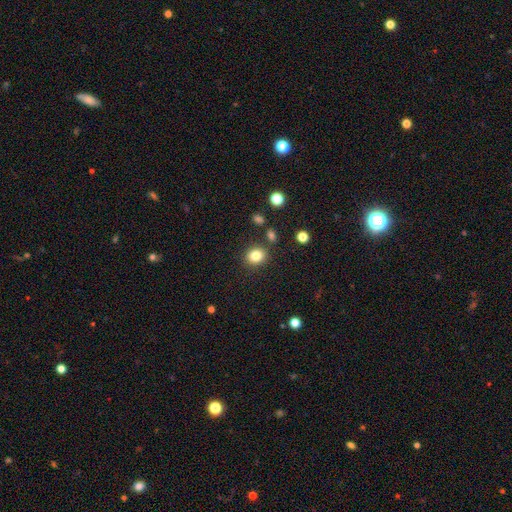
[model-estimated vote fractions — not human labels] Smooth or featured: smooth — 82% (star or artifact — 11%)
How rounded: round — 65% (in between — 34%)
Merging: none — 83% (minor disturbance — 9%)